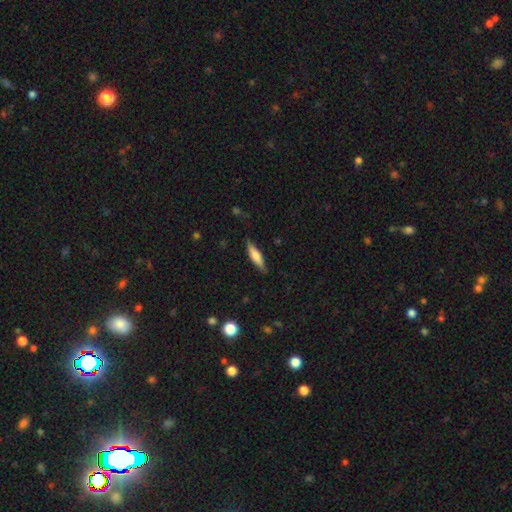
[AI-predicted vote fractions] Smooth or featured? smooth (64%)
How rounded? cigar-shaped (74%)
Merging? none (83%)